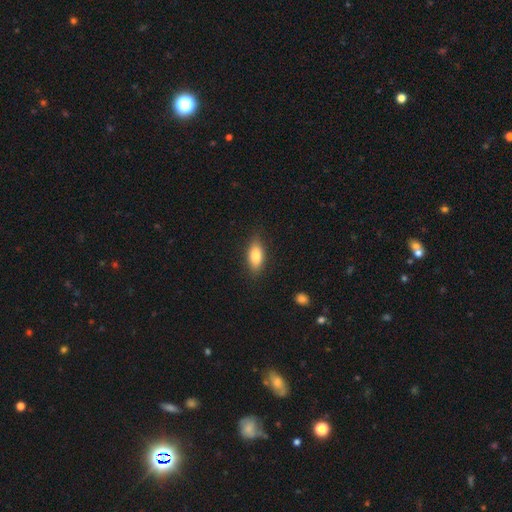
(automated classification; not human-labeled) Smooth or featured: smooth — 82% (featured or disk — 12%)
How rounded: in between — 84% (cigar-shaped — 12%)
Merging: none — 84% (minor disturbance — 12%)